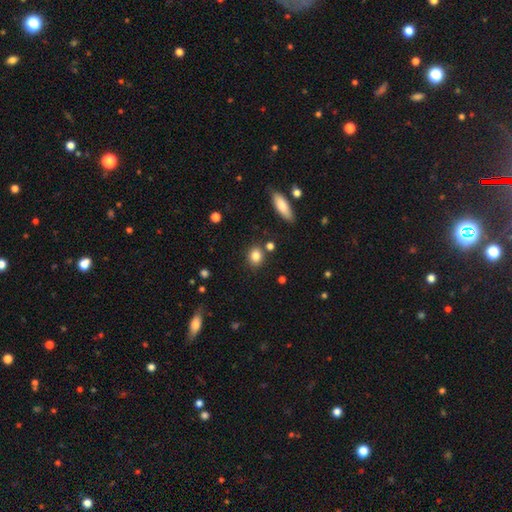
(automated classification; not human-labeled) The model was most divided on "how rounded": round: 61%, in between: 37%, cigar-shaped: 2%. More confident: smooth or featured — smooth (83%); merging — none (82%).